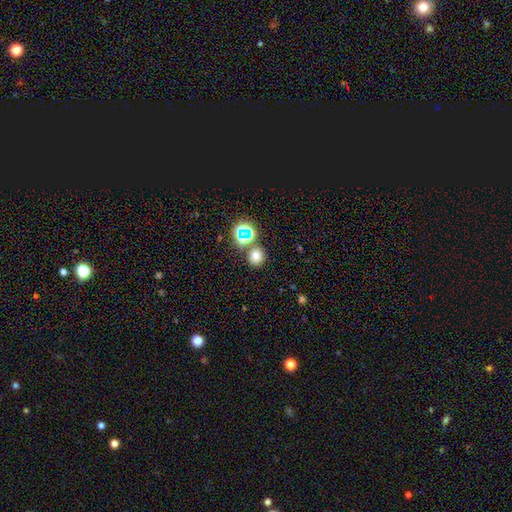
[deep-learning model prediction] Smooth or featured? Predicted: smooth (p=0.68). How rounded? Predicted: round (p=0.81). Merging? Predicted: none (p=0.76).